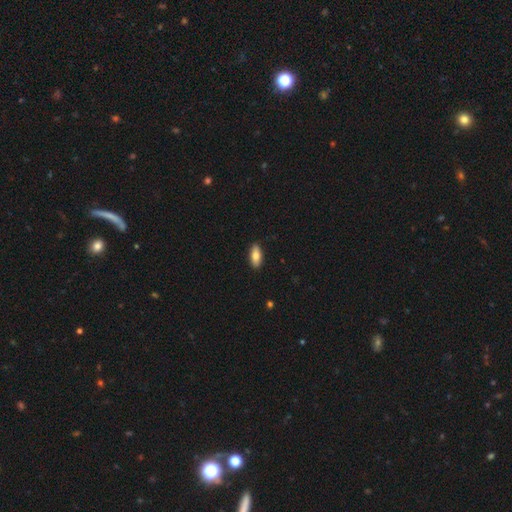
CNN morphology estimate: Overall: smooth (80%). How rounded: in between (82%). Merging: none (90%).